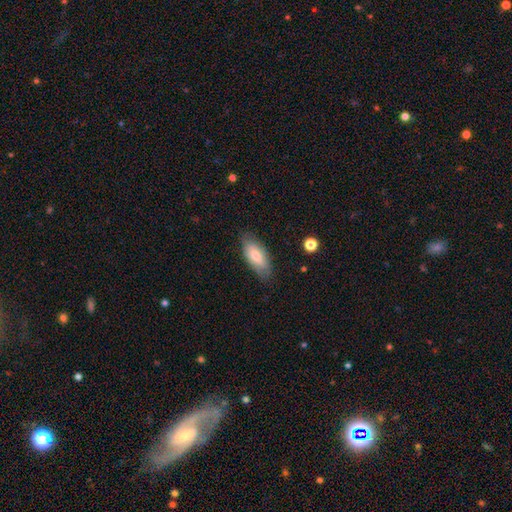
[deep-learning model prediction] smooth 74%, featured or disk 20%, star or artifact 7%. Down the decision tree: how rounded — in between (81%); merging — none (79%).